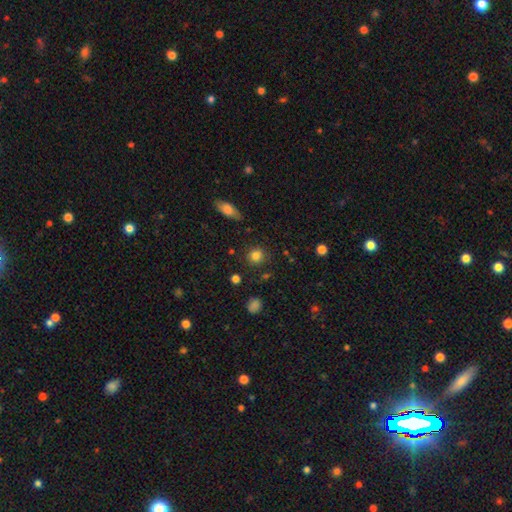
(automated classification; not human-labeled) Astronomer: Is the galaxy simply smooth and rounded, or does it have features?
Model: smooth — 83%.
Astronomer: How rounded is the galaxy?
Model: round — 89%.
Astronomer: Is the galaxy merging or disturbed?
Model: none — 87%.